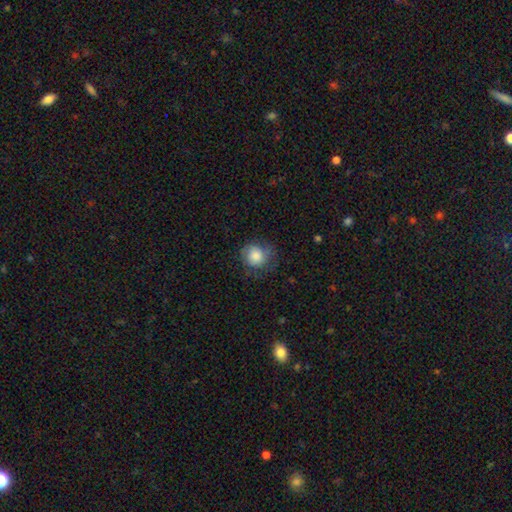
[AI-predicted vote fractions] Overall: smooth (74%). How rounded: round (85%). Merging: none (63%).